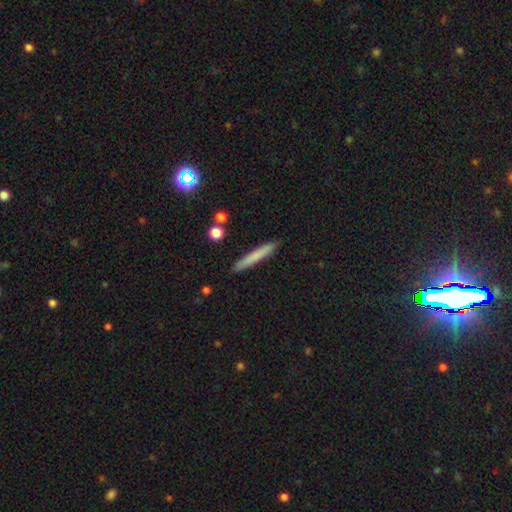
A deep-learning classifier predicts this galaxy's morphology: This is likely a smooth galaxy (71%). How rounded: clearly cigar-shaped (96%). Merging: clearly none (90%).